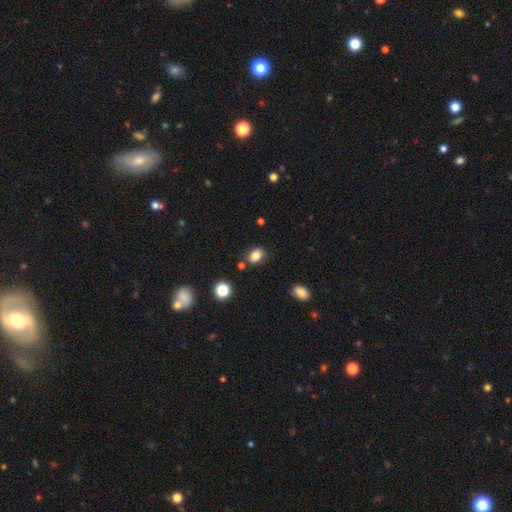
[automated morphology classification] smooth_or_featured: smooth (p=0.82) [alt: star or artifact p=0.11]
how_rounded: in between (p=0.64) [alt: round p=0.35]
merging: none (p=0.79) [alt: minor disturbance p=0.13]